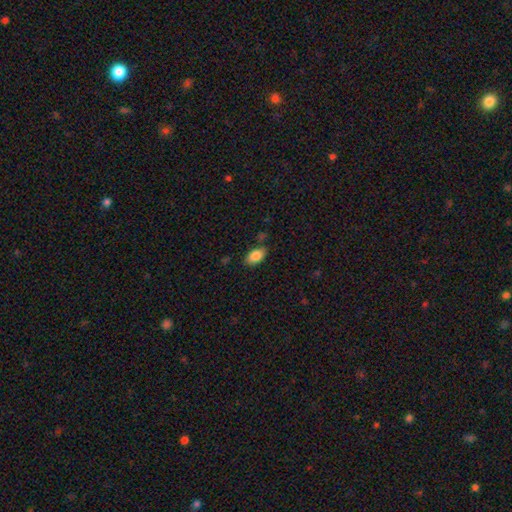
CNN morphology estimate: Smooth or featured?
  - smooth: 85% *
  - star or artifact: 7%
  - featured or disk: 7%
How rounded?
  - in between: 92% *
  - round: 5%
  - cigar-shaped: 3%
Merging?
  - none: 78% *
  - minor disturbance: 15%
  - merger: 3%
  - major disturbance: 3%